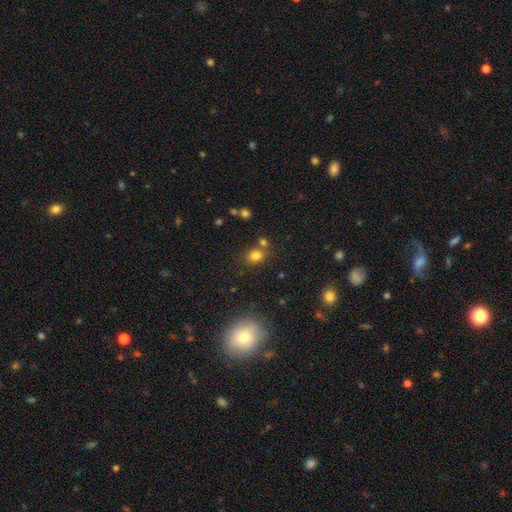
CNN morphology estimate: smooth 79%, star or artifact 14%, featured or disk 7%. Down the decision tree: how rounded — round (52%); merging — none (65%).